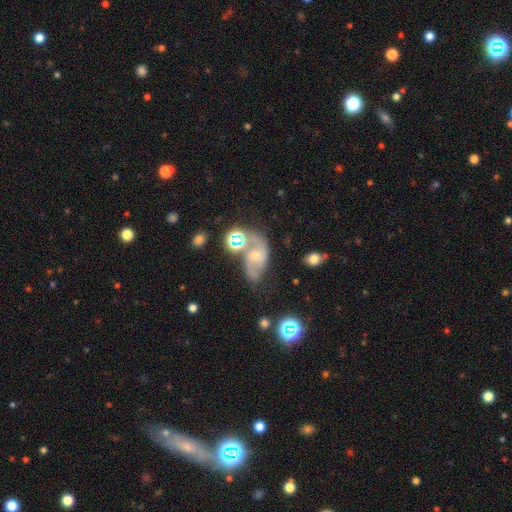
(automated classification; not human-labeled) This is likely a featured or disk galaxy (66%). It is clearly not viewed edge-on (96%). Bar: possibly no (57%). Spiral arm pattern: clearly yes (86%). Spiral arm count: clearly 2 (81%). Spiral winding: marginally medium (44%). Central bulge: possibly small (46%). Merging: marginally none (39%).